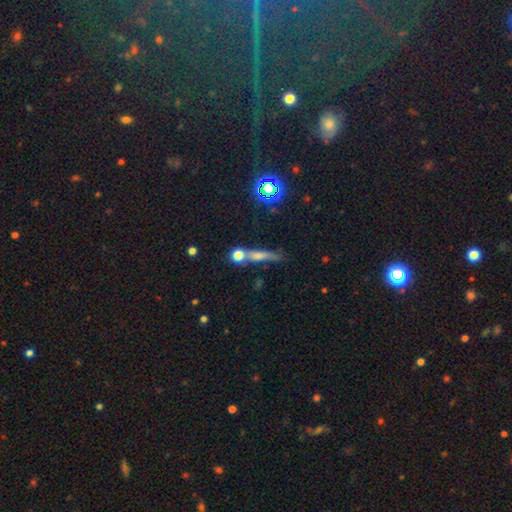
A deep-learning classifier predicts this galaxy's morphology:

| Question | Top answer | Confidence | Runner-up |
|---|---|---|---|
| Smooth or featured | featured or disk | 39% | smooth (37%) |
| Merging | none | 68% | merger (15%) |